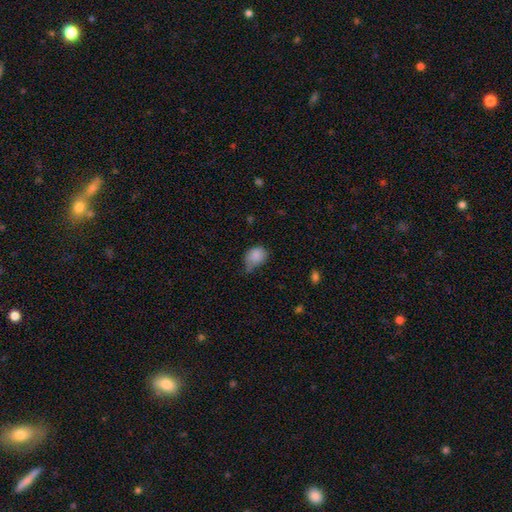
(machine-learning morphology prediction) Smooth or featured: smooth — 85% (star or artifact — 9%)
How rounded: in between — 59% (round — 40%)
Merging: minor disturbance — 44% (none — 36%)